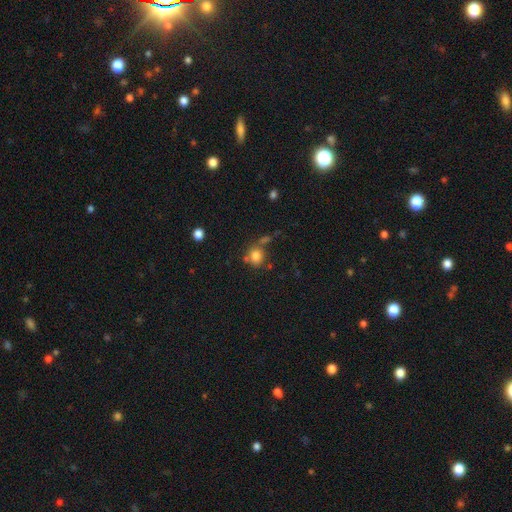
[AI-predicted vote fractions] Overall: smooth (80%). How rounded: round (80%). Merging: none (62%).